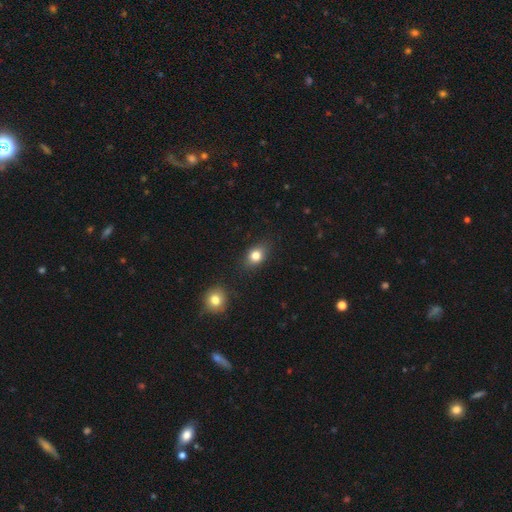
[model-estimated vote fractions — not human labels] This appears to be a smooth galaxy with no disk features (79%) that is in between round and cigar-shaped (65%). Merging: none (83%).